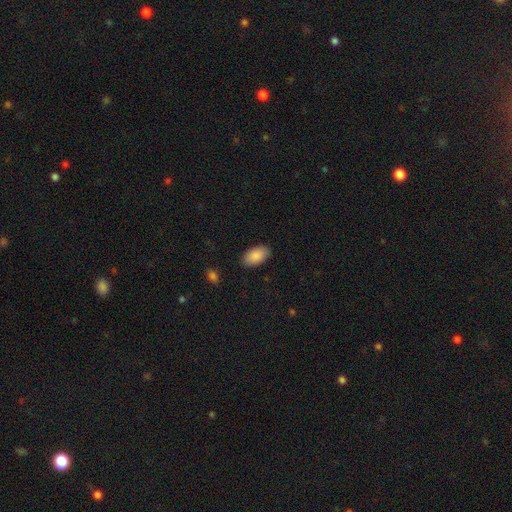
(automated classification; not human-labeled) Q: Smooth or featured?
A: smooth (89%); runner-up: star or artifact (6%)
Q: How rounded?
A: in between (95%); runner-up: round (3%)
Q: Merging?
A: none (87%); runner-up: minor disturbance (9%)